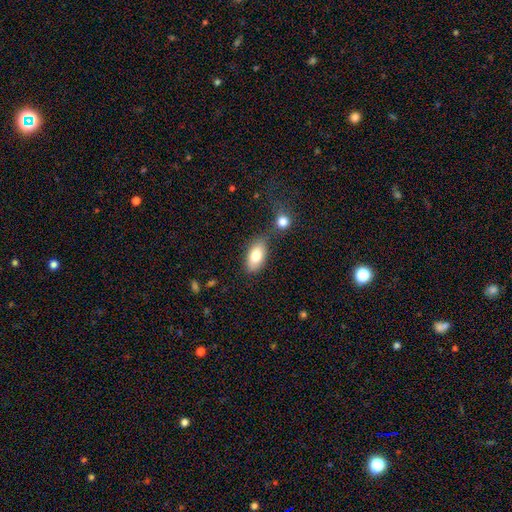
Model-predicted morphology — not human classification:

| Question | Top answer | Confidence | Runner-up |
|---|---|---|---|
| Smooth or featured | smooth | 78% | featured or disk (15%) |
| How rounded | in between | 91% | round (5%) |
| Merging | none | 66% | merger (15%) |